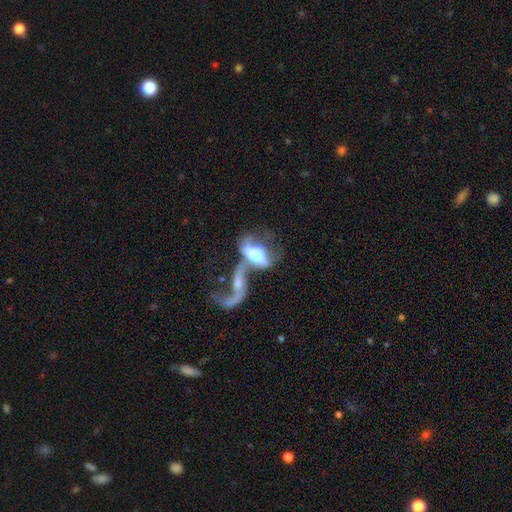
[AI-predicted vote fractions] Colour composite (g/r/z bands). It shows a featured or disk galaxy (57%) with no bar (51%), spiral arms (51%) and a moderate central bulge (51%). Merging: merger (63%).